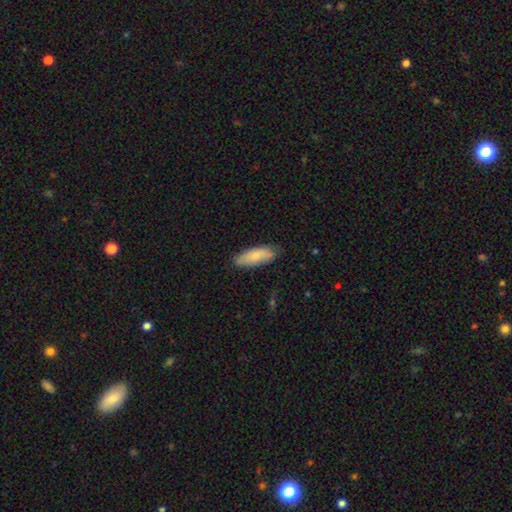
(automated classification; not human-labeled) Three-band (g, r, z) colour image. It shows a smooth galaxy with no disk features (78%) that is in between round and cigar-shaped (62%). Merging: none (80%).